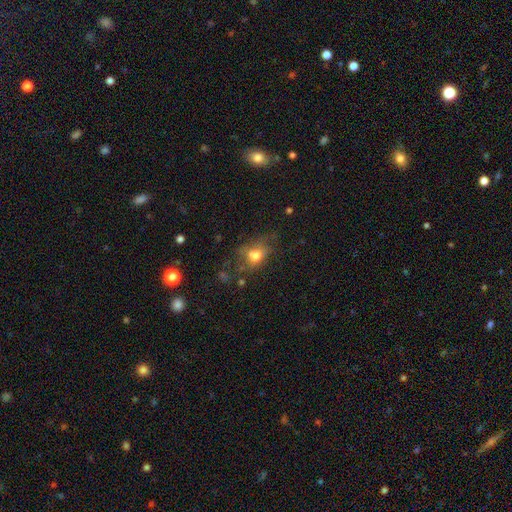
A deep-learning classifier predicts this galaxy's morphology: Q: Smooth or featured?
A: smooth (67%); runner-up: featured or disk (20%)
Q: How rounded?
A: in between (65%); runner-up: round (33%)
Q: Merging?
A: none (45%); runner-up: minor disturbance (26%)